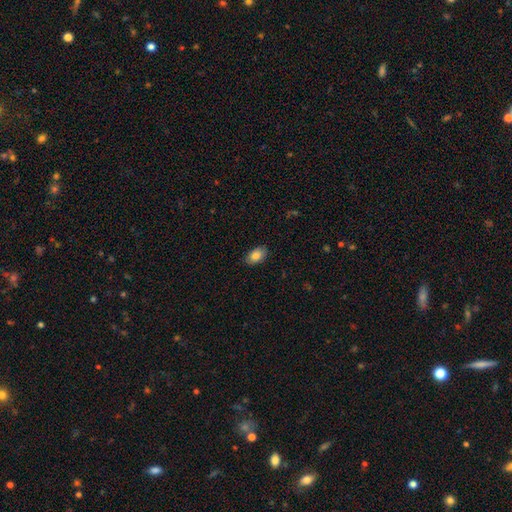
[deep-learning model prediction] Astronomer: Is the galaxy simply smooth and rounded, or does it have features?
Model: smooth — 83%.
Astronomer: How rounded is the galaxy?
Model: in between — 91%.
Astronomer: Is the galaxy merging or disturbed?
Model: none — 85%.